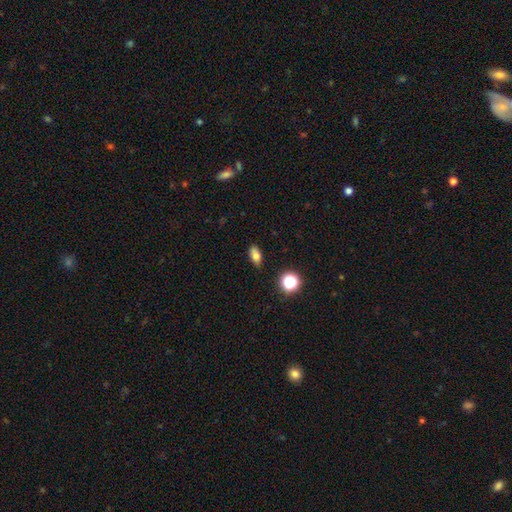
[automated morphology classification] This is likely a smooth galaxy (77%). How rounded: clearly in between (82%). Merging: clearly none (85%).